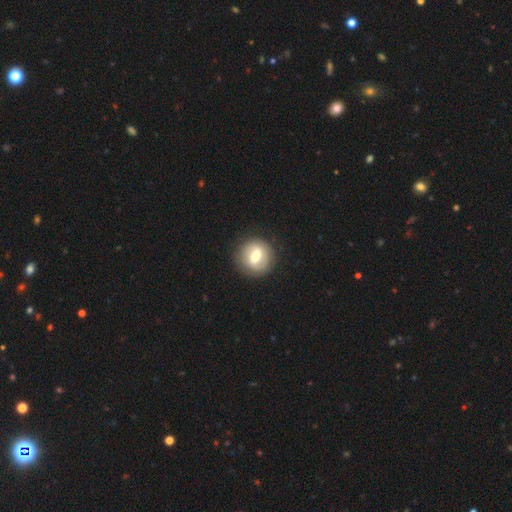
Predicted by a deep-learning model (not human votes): A smooth galaxy with no disk features (47%). Merging: none (86%).